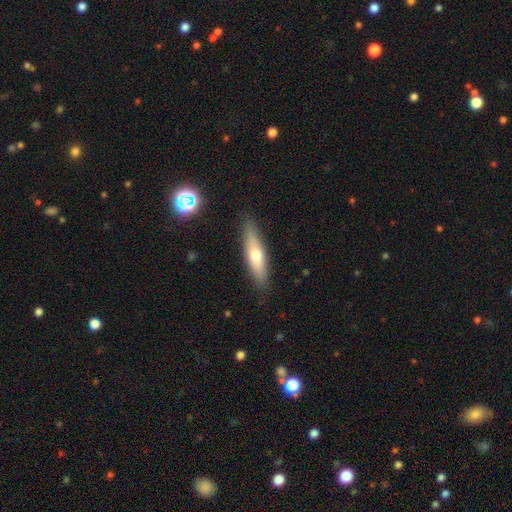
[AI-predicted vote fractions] A smooth galaxy with no disk features (60%) that is cigar-shaped (73%).

Vote fractions:
- Smooth or featured? smooth: 60% / featured or disk: 34% / star or artifact: 7%
- How rounded? cigar-shaped: 73% / in between: 25% / round: 2%
- Merging? none: 86% / minor disturbance: 10% / major disturbance: 2% / merger: 1%